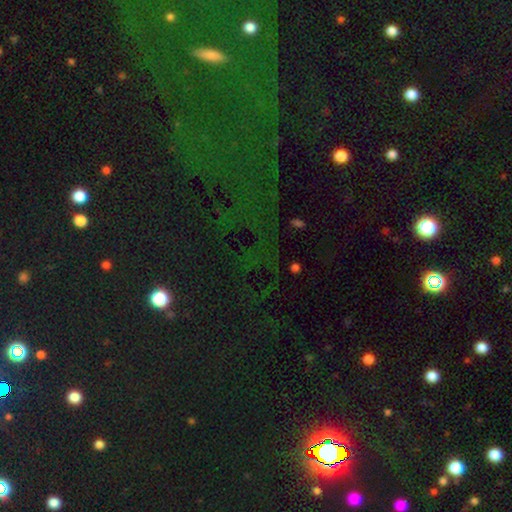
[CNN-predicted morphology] This appears to be a star or artifact, not a galaxy (71%).